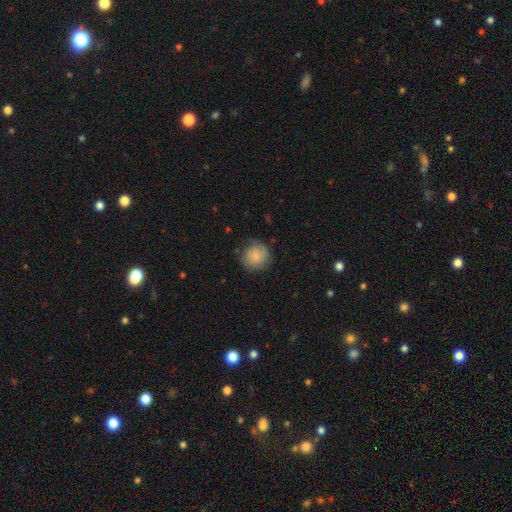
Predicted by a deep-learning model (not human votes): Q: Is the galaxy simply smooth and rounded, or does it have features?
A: smooth — 69%.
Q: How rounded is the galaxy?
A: round — 86%.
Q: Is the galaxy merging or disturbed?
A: none — 75%.